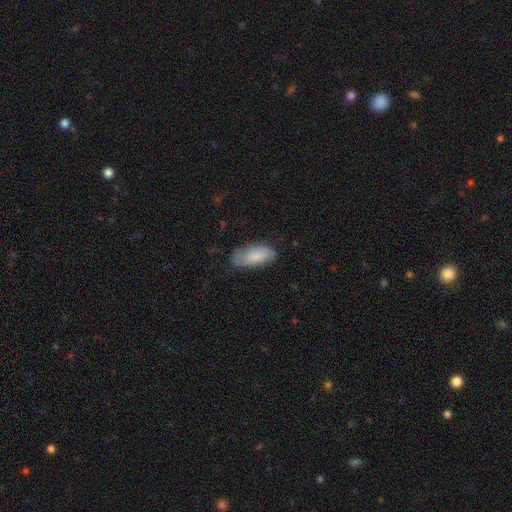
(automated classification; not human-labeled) Smooth or featured? Predicted: smooth (p=0.78). How rounded? Predicted: in between (p=0.86). Merging? Predicted: none (p=0.72).